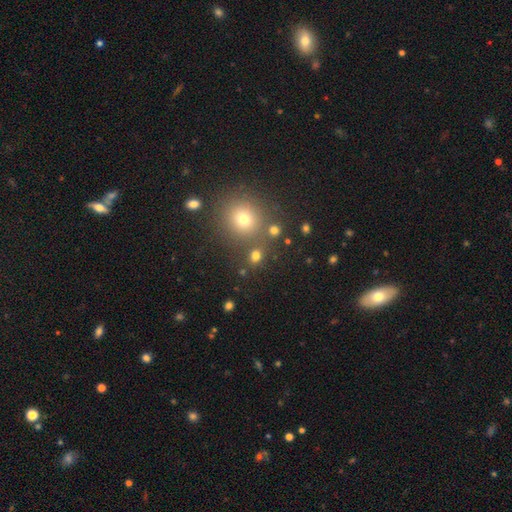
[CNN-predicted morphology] The model was most divided on "how rounded": round: 74%, in between: 24%, cigar-shaped: 1%. More confident: merging — none (75%); smooth or featured — smooth (72%).